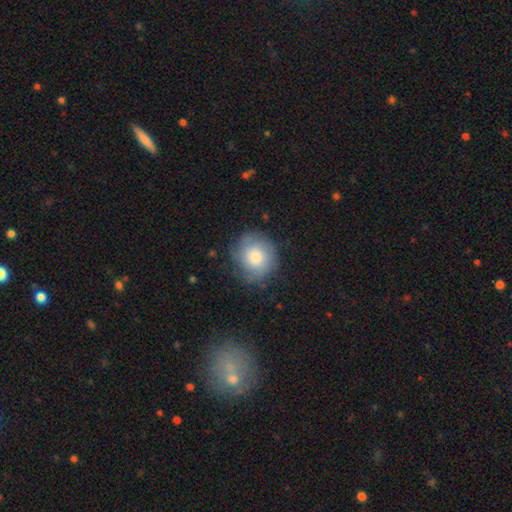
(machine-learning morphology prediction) Smooth or featured? smooth (69%)
How rounded? round (81%)
Merging? none (74%)